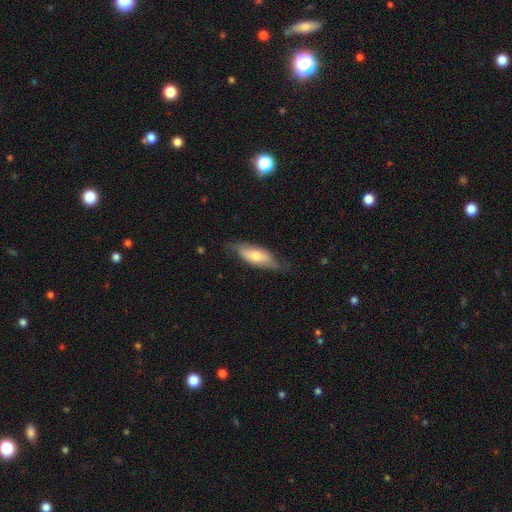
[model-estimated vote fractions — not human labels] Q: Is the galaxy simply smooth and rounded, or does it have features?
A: smooth — 53%.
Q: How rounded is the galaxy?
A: in between — 66%.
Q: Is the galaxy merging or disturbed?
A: none — 66%.